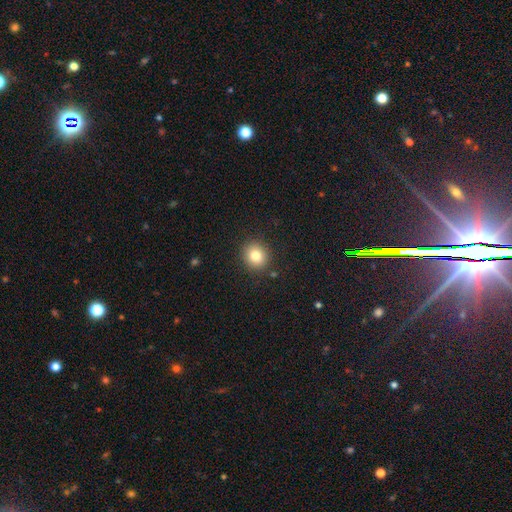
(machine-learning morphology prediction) This is clearly a smooth galaxy (80%). How rounded: clearly round (82%). Merging: clearly none (89%).